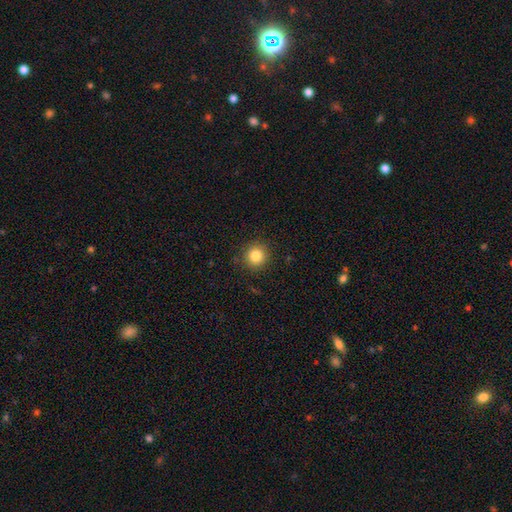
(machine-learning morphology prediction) Smooth or featured?
  - smooth: 83% *
  - star or artifact: 11%
  - featured or disk: 6%
How rounded?
  - round: 93% *
  - in between: 6%
  - cigar-shaped: 1%
Merging?
  - none: 90% *
  - minor disturbance: 7%
  - major disturbance: 2%
  - merger: 1%